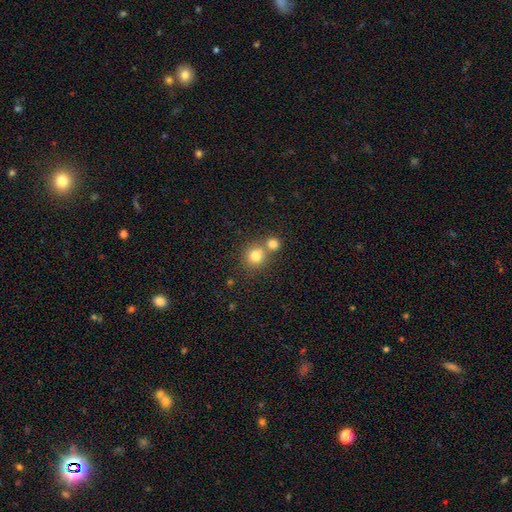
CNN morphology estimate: The model was most divided on "merging": none: 55%, merger: 36%, minor disturbance: 7%, major disturbance: 2%. More confident: how rounded — round (89%); smooth or featured — smooth (79%).